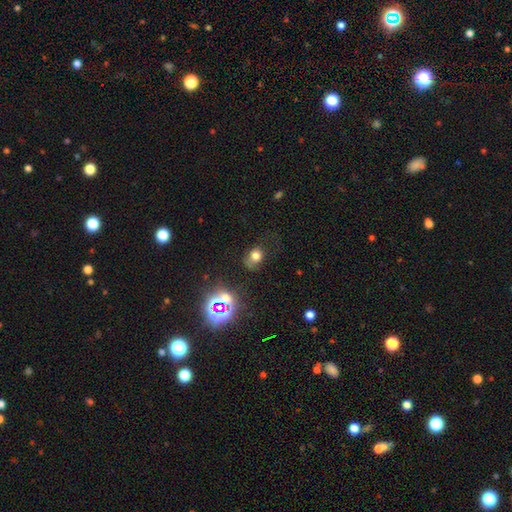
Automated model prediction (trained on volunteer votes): Smooth or featured? smooth (68%)
How rounded? round (54%)
Merging? none (52%)